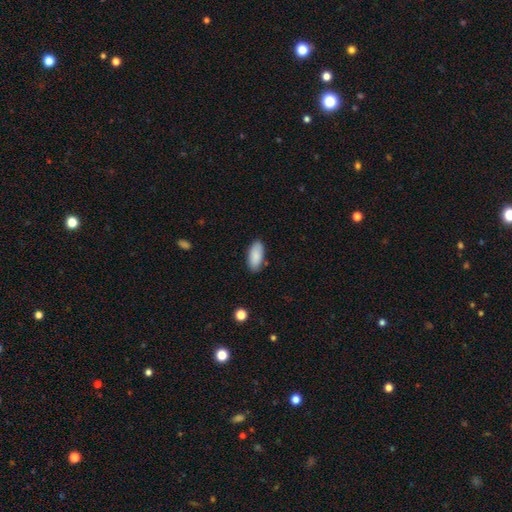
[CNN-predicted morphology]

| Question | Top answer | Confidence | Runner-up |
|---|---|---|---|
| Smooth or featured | smooth | 88% | star or artifact (6%) |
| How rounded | in between | 89% | cigar-shaped (9%) |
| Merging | none | 84% | minor disturbance (12%) |